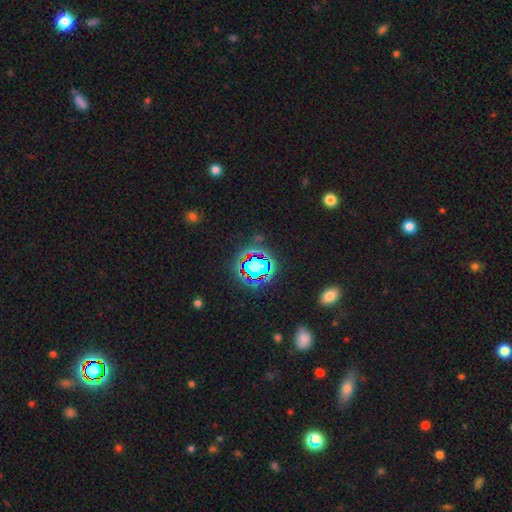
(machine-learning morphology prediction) This is likely a star or artifact rather than a galaxy (69%).